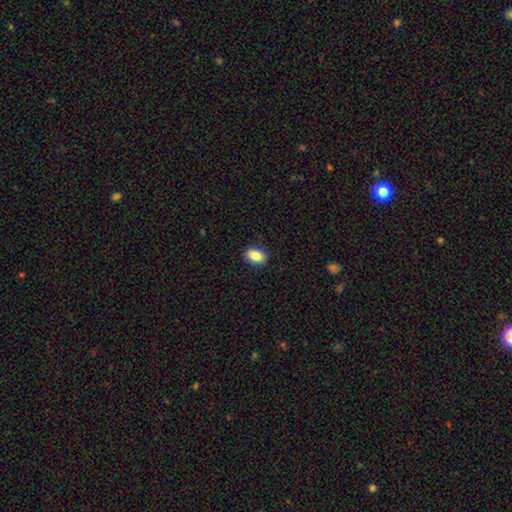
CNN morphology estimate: Smooth or featured? smooth (86%)
How rounded? in between (89%)
Merging? none (90%)